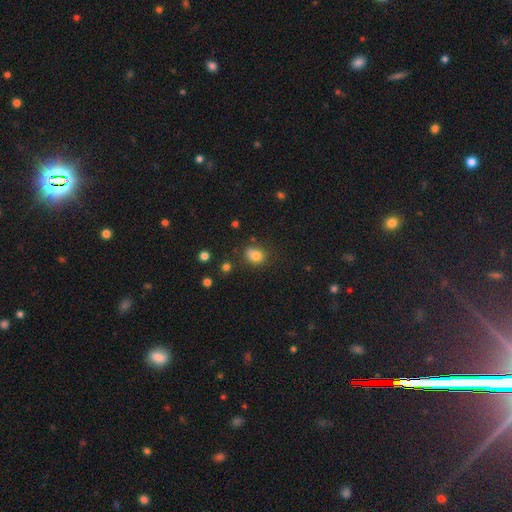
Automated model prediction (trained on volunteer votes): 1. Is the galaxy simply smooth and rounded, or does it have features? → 78% smooth, 13% star or artifact, 9% featured or disk.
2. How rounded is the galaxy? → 54% round, 45% in between, 1% cigar-shaped.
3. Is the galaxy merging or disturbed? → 66% none, 22% minor disturbance, 6% major disturbance, 5% merger.